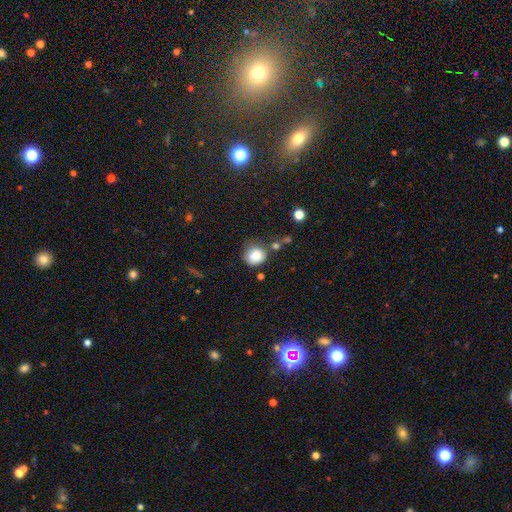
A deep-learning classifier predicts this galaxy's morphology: Q: Smooth or featured?
A: smooth (84%); runner-up: star or artifact (10%)
Q: How rounded?
A: round (84%); runner-up: in between (15%)
Q: Merging?
A: none (59%); runner-up: minor disturbance (24%)